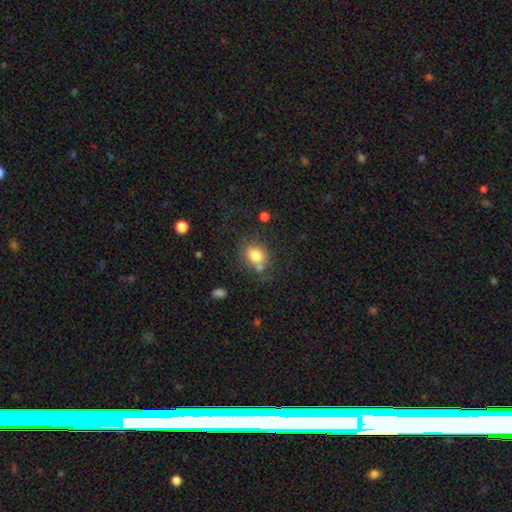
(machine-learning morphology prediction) smooth 79%, featured or disk 10%, star or artifact 10%. Down the decision tree: how rounded — round (54%); merging — none (57%).